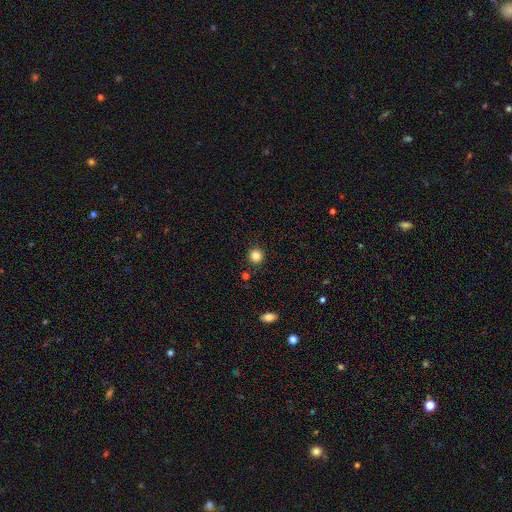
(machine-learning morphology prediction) Smooth or featured? Predicted: smooth (p=0.84). How rounded? Predicted: round (p=0.93). Merging? Predicted: none (p=0.90).